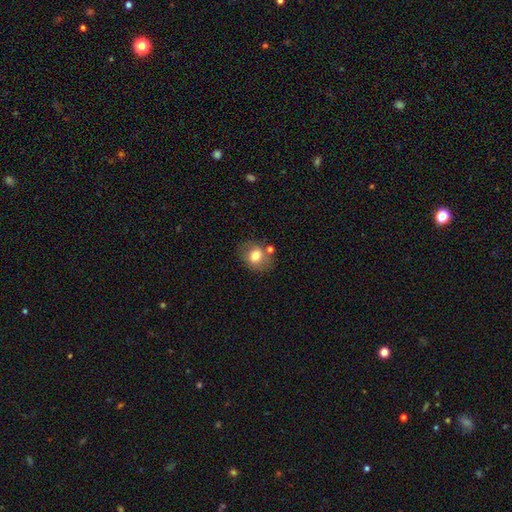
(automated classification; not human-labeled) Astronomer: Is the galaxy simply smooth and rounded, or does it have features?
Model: smooth — 76%.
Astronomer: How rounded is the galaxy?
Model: round — 55% (runner-up: in between, 45%).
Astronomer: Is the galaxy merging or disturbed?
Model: none — 68%.